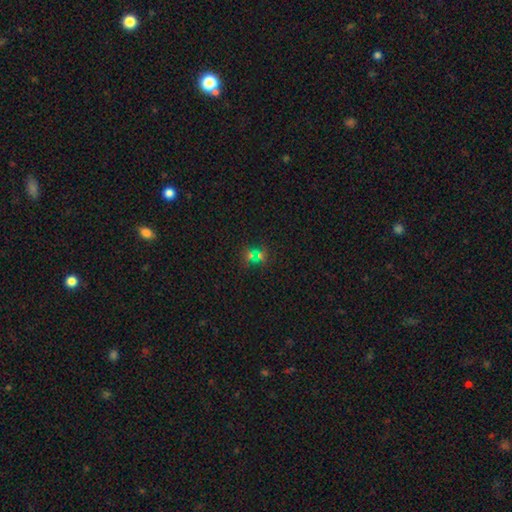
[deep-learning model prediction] A star or artifact, not a galaxy (45%).

Vote fractions:
- Smooth or featured? star or artifact: 45% / smooth: 44% / featured or disk: 12%